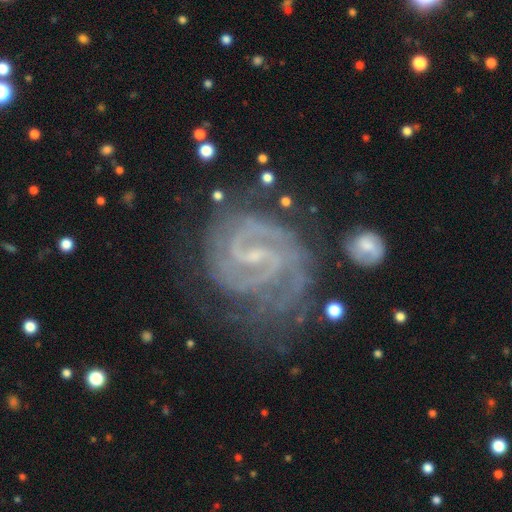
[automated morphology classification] Smooth or featured? Predicted: featured or disk (p=0.91). Edge-on disk? Predicted: no (p=0.98). Bar? Predicted: weak (p=0.49). Spiral arms? Predicted: yes (p=0.98). Spiral winding? Predicted: tight (p=0.61). Spiral arm count? Predicted: 2 (p=0.68). Bulge size? Predicted: small (p=0.72). Merging? Predicted: none (p=0.61).